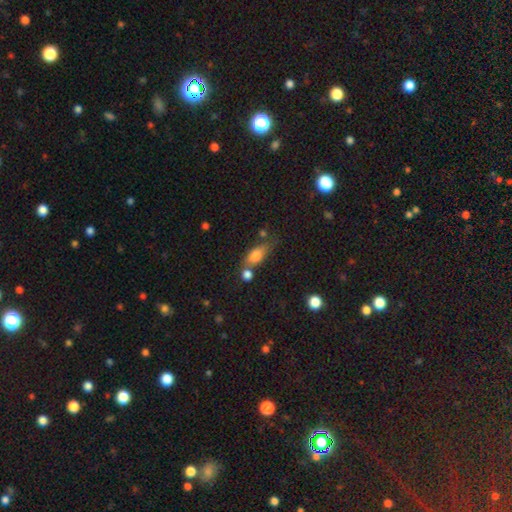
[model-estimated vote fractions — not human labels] Smooth or featured: smooth — 75% (featured or disk — 16%)
How rounded: in between — 76% (cigar-shaped — 15%)
Merging: none — 49% (merger — 23%)